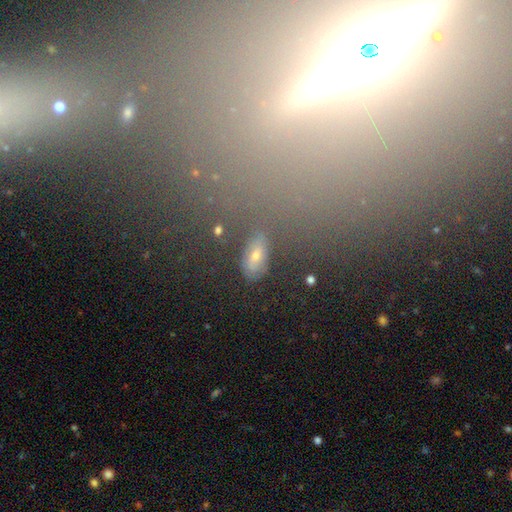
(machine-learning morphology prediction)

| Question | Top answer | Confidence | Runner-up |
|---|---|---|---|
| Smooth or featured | smooth | 50% | featured or disk (28%) |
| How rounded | in between | 75% | round (14%) |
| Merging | none | 66% | minor disturbance (17%) |